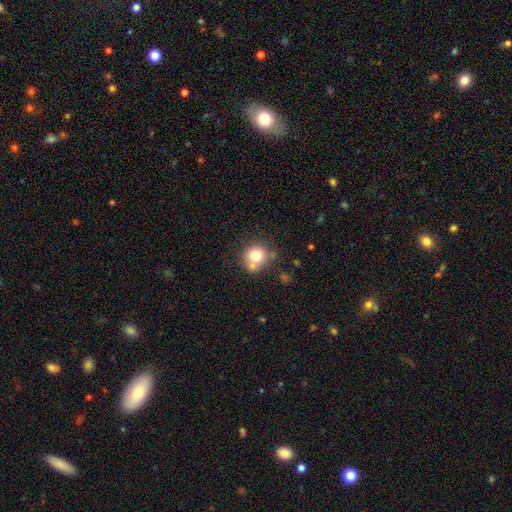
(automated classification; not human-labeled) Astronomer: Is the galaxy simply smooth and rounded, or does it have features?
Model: smooth — 75%.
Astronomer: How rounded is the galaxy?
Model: round — 88%.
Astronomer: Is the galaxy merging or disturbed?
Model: none — 63%.